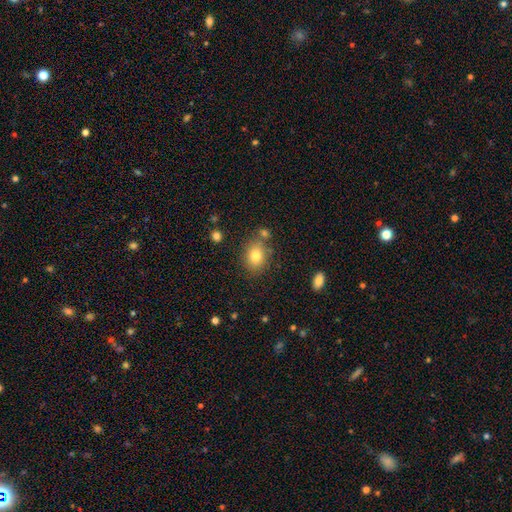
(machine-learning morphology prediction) Smooth or featured?
  - smooth: 80% *
  - star or artifact: 10%
  - featured or disk: 10%
How rounded?
  - in between: 58% *
  - round: 41%
  - cigar-shaped: 1%
Merging?
  - none: 74% *
  - minor disturbance: 13%
  - merger: 9%
  - major disturbance: 4%